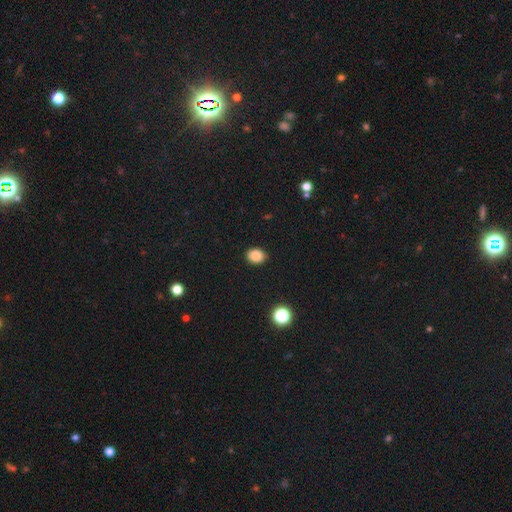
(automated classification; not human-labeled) This appears to be a smooth galaxy with no disk features (85%) that is in between round and cigar-shaped (50%). Merging: none (90%).